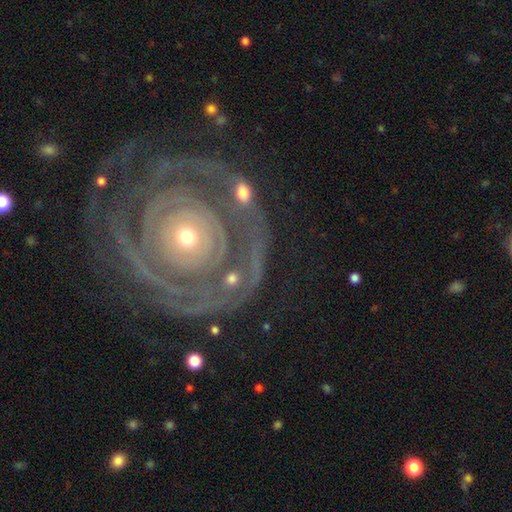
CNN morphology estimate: Smooth or featured: featured or disk — 86% (smooth — 8%)
Edge-on disk: no — 96% (yes — 4%)
Bar: no — 87% (weak — 8%)
Spiral arms: yes — 85% (no — 15%)
Spiral winding: tight — 85% (medium — 11%)
Spiral arm count: can't tell — 33% (2 — 21%)
Bulge size: small — 62% (moderate — 33%)
Merging: none — 70% (minor disturbance — 15%)